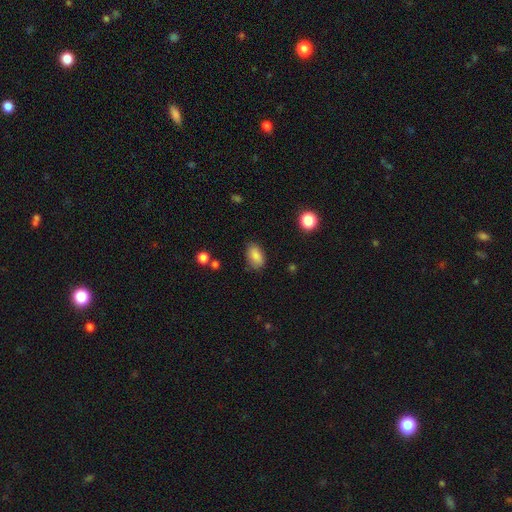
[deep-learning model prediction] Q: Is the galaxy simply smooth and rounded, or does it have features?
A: smooth — 86%.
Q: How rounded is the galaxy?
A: in between — 90%.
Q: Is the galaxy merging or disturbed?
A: none — 78%.